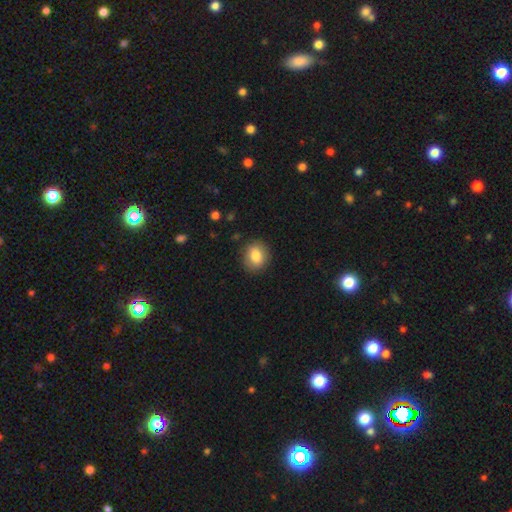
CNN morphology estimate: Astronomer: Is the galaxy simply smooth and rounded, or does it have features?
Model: smooth — 83%.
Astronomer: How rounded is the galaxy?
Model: round — 61% (runner-up: in between, 38%).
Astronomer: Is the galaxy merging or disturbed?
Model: none — 87%.